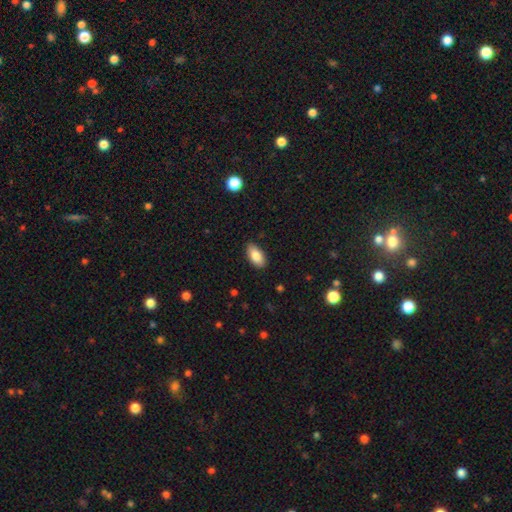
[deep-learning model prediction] Smooth or featured? Predicted: smooth (p=0.85). How rounded? Predicted: in between (p=0.92). Merging? Predicted: none (p=0.84).